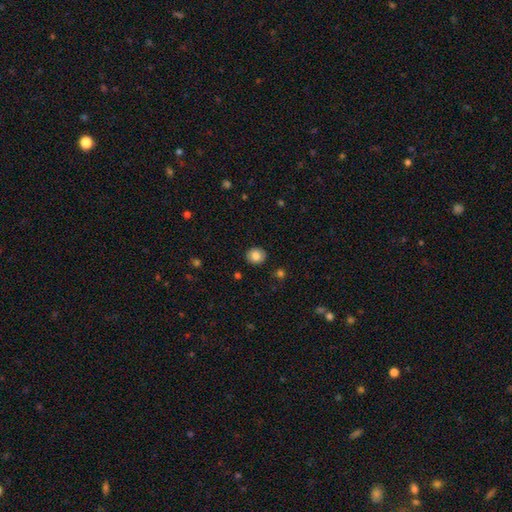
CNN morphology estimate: Smooth or featured?
  - smooth: 82% *
  - star or artifact: 9%
  - featured or disk: 8%
How rounded?
  - round: 84% *
  - in between: 15%
  - cigar-shaped: 1%
Merging?
  - none: 90% *
  - minor disturbance: 7%
  - major disturbance: 2%
  - merger: 1%